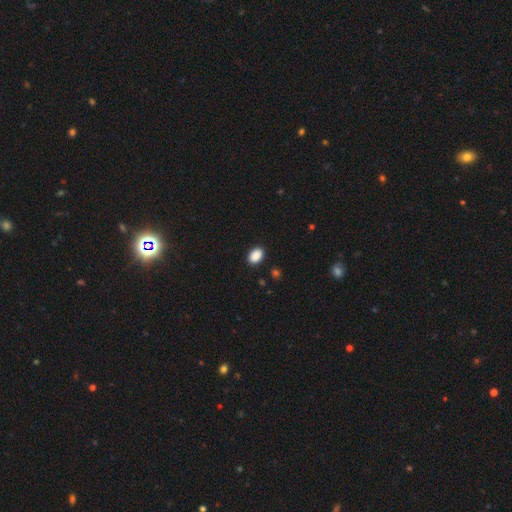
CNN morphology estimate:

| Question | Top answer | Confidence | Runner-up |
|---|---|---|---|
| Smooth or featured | smooth | 90% | star or artifact (8%) |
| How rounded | in between | 84% | round (15%) |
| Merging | none | 89% | minor disturbance (8%) |